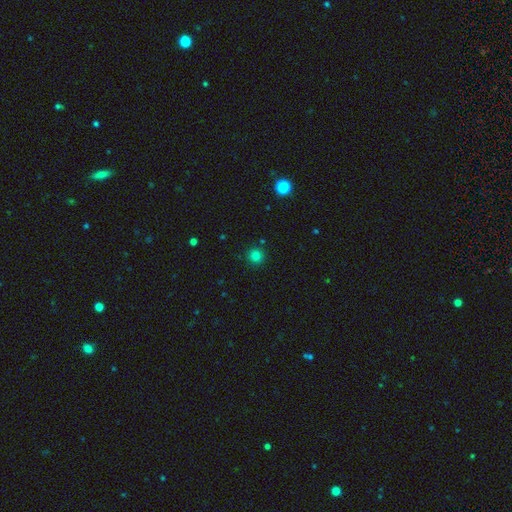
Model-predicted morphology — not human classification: smooth 81%, star or artifact 15%, featured or disk 4%. Down the decision tree: how rounded — round (94%); merging — none (88%).